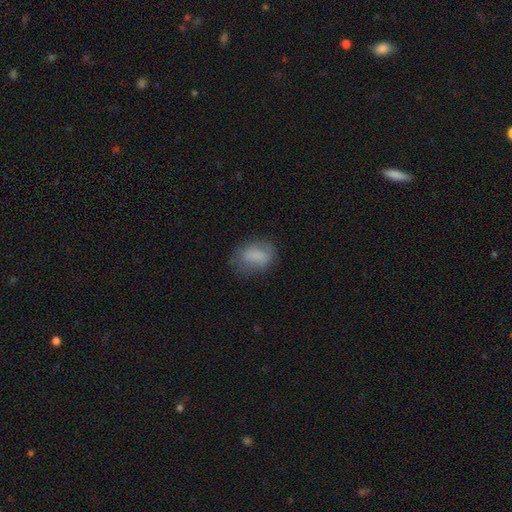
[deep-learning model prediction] Smooth or featured? smooth (75%)
How rounded? in between (81%)
Merging? none (64%)